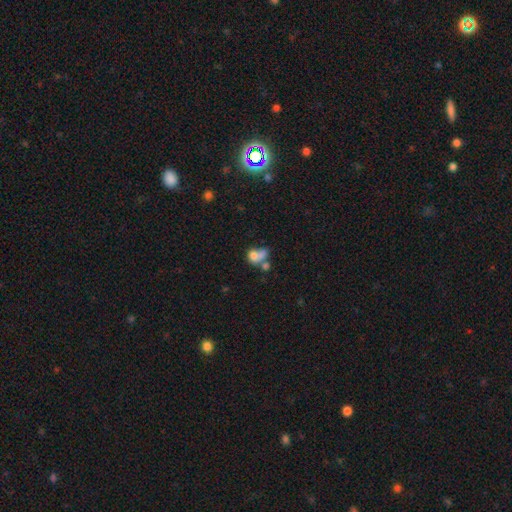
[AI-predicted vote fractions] This is likely a smooth galaxy (68%). How rounded: possibly in between (58%). Merging: possibly merger (52%).